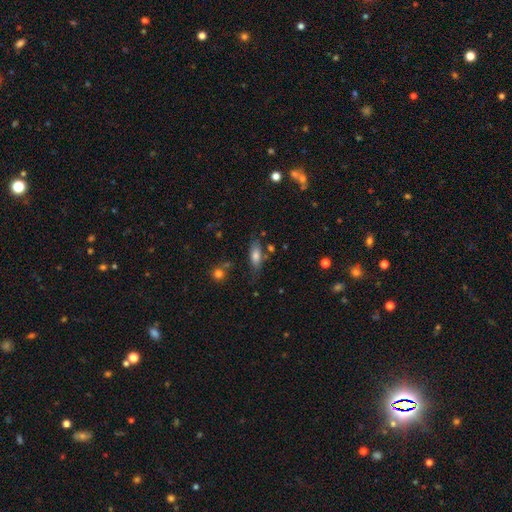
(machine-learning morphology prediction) Q: Smooth or featured?
A: smooth (73%); runner-up: featured or disk (18%)
Q: How rounded?
A: in between (78%); runner-up: cigar-shaped (19%)
Q: Merging?
A: none (66%); runner-up: minor disturbance (20%)